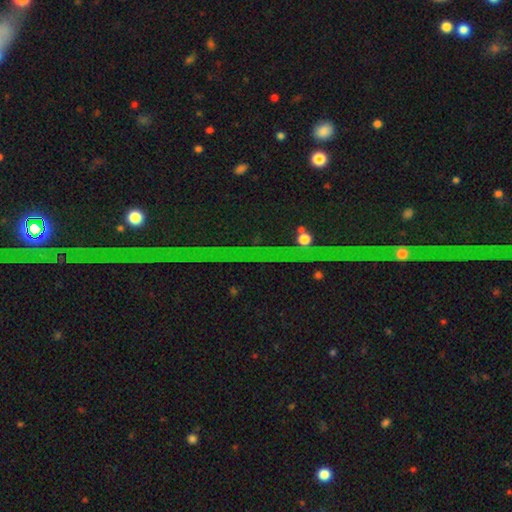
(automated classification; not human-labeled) A star or artifact, not a galaxy (85%).